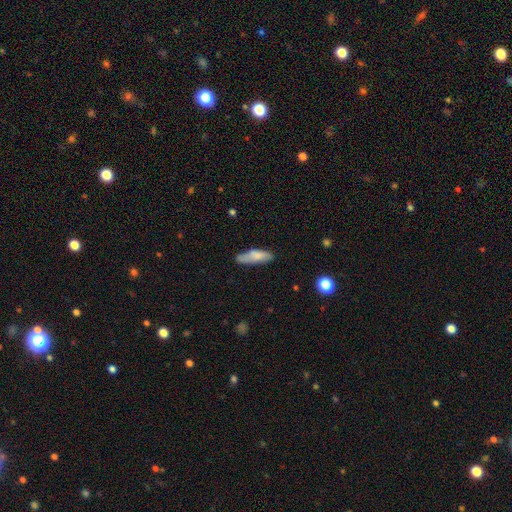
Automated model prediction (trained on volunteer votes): This is likely a smooth galaxy (76%). How rounded: possibly cigar-shaped (50%). Merging: likely none (68%).